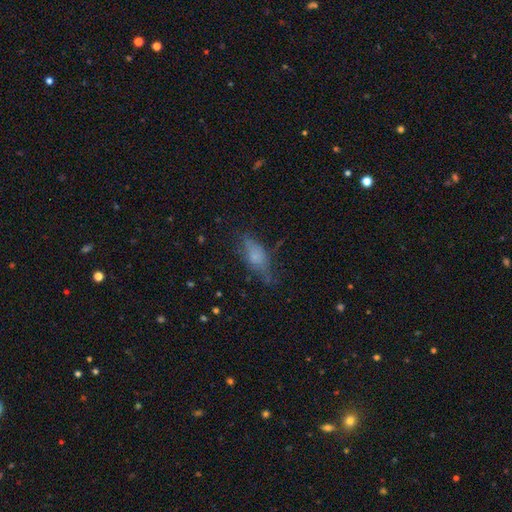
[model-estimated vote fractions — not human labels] A smooth galaxy with no disk features (58%) that is in between round and cigar-shaped (68%).

Vote fractions:
- Smooth or featured? smooth: 58% / featured or disk: 31% / star or artifact: 11%
- How rounded? in between: 68% / cigar-shaped: 28% / round: 4%
- Merging? none: 58% / minor disturbance: 26% / major disturbance: 13% / merger: 2%